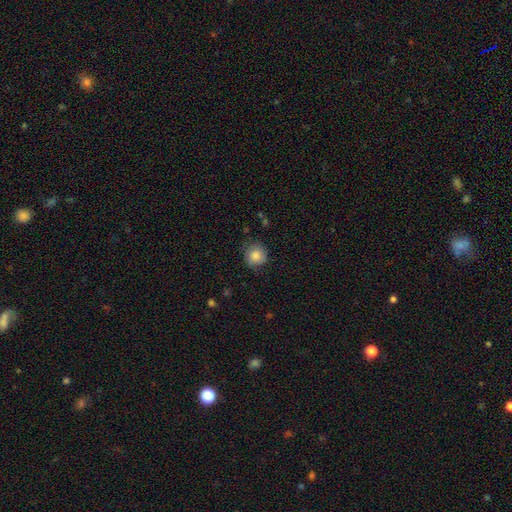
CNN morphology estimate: Q: Smooth or featured?
A: smooth (81%); runner-up: featured or disk (11%)
Q: How rounded?
A: round (87%); runner-up: in between (12%)
Q: Merging?
A: none (73%); runner-up: minor disturbance (20%)